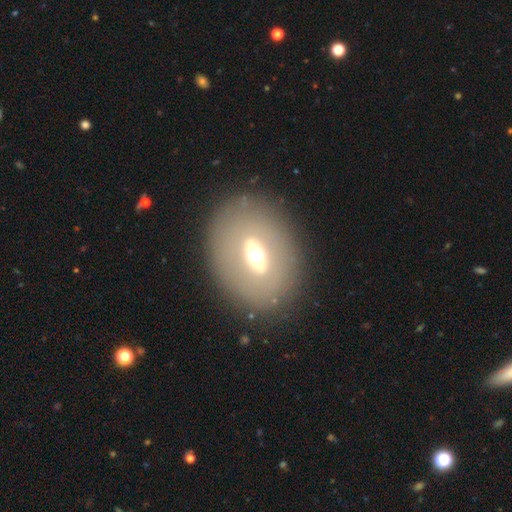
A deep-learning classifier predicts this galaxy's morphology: Overall: featured or disk (51%; smooth 39%). Edge-on disk: no (83%). Merging: none (82%).